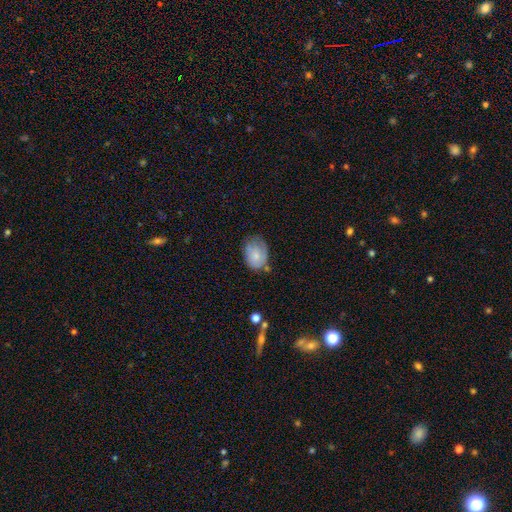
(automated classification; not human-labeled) Q: Smooth or featured?
A: smooth (68%); runner-up: featured or disk (25%)
Q: How rounded?
A: in between (68%); runner-up: round (31%)
Q: Merging?
A: none (50%); runner-up: minor disturbance (34%)